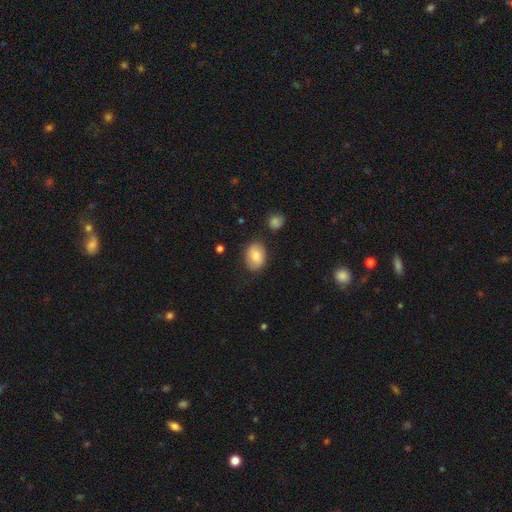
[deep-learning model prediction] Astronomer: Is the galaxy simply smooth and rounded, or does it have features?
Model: smooth — 79%.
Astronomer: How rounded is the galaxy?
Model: in between — 76%.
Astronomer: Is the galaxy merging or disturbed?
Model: none — 81%.